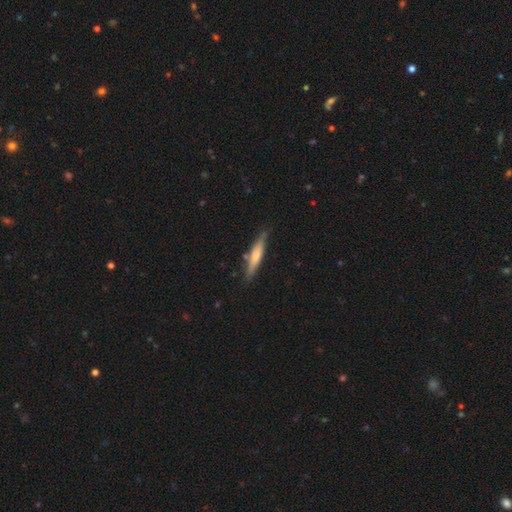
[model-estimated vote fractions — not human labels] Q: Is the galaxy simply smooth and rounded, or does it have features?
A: smooth — 62%.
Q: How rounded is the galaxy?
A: cigar-shaped — 86%.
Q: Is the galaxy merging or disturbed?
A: none — 79%.